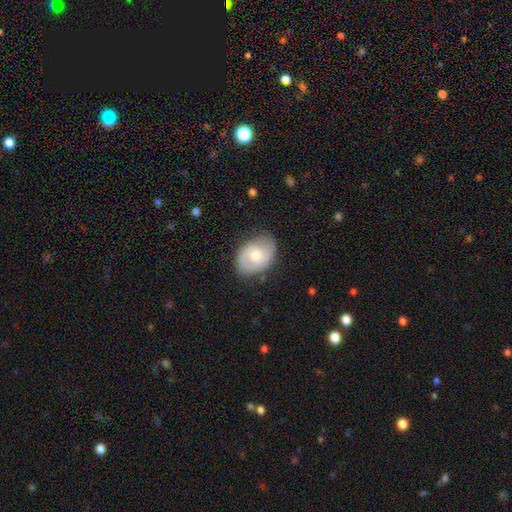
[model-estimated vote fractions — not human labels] The model was most divided on "spiral winding": medium: 46%, tight: 37%, loose: 18%. More confident: edge-on disk — no (97%); spiral arms — yes (86%); spiral arm count — 2 (79%); merging — none (75%); bar — no (65%); smooth or featured — featured or disk (61%); bulge size — moderate (57%).